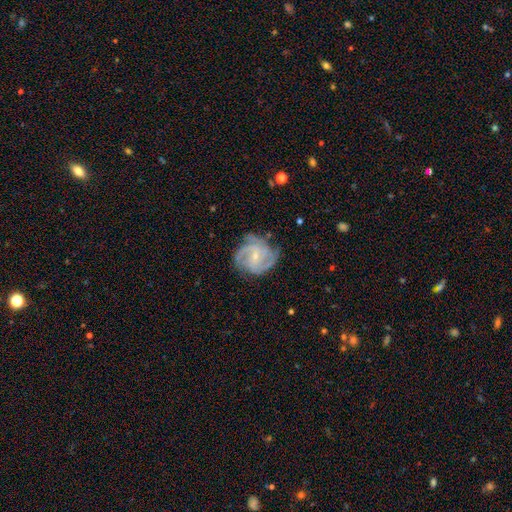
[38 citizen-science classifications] featured or disk 89%, smooth 5%, star or artifact 5%. Down the decision tree: edge-on disk — no (97%); bar — weak (64%); spiral arms — yes (97%); spiral arm count — 3 (75%); spiral winding — medium (50%); bulge size — small (79%); merging — none (81%).